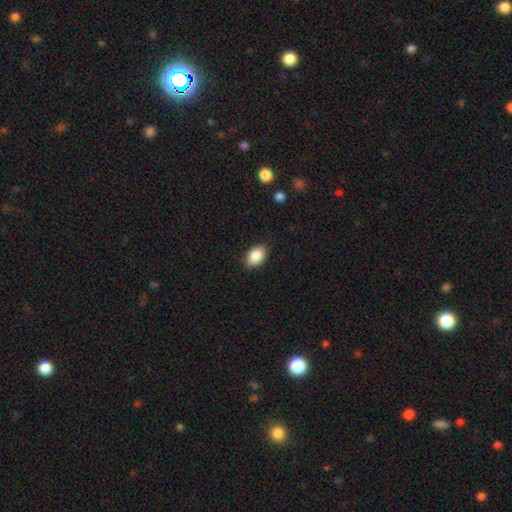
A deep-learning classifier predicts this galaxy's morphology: smooth 87%, star or artifact 7%, featured or disk 6%. Down the decision tree: how rounded — in between (86%); merging — none (86%).